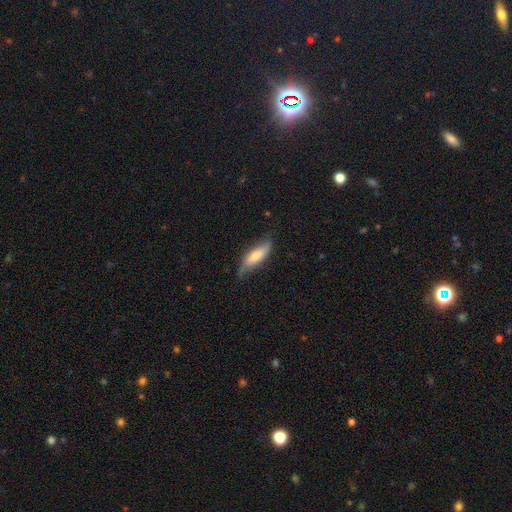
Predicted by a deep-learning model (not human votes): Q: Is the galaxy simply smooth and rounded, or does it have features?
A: smooth — 56%.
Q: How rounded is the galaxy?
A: in between — 54%.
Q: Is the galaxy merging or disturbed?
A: none — 60%.